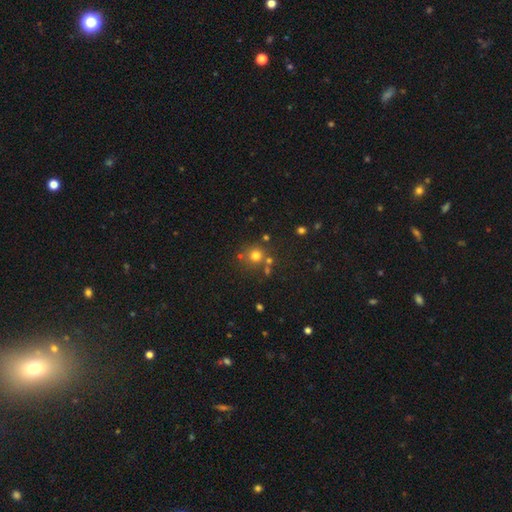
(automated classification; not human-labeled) Smooth or featured? smooth (72%)
How rounded? round (90%)
Merging? none (70%)